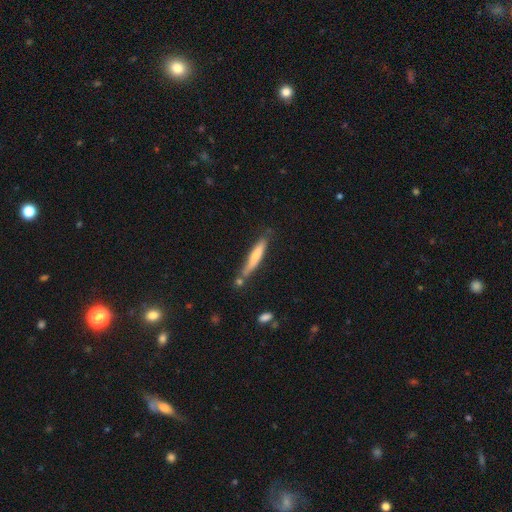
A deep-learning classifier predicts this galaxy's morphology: type=smooth (69%); roundness=cigar-shaped (91%); merging=none (62%).